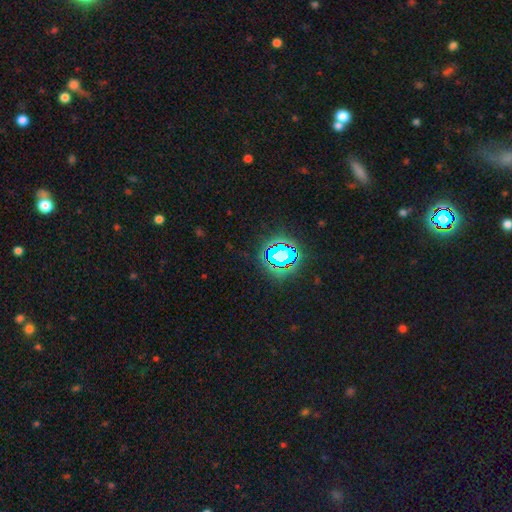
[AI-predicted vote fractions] Q: Smooth or featured?
A: star or artifact (77%); runner-up: smooth (14%)